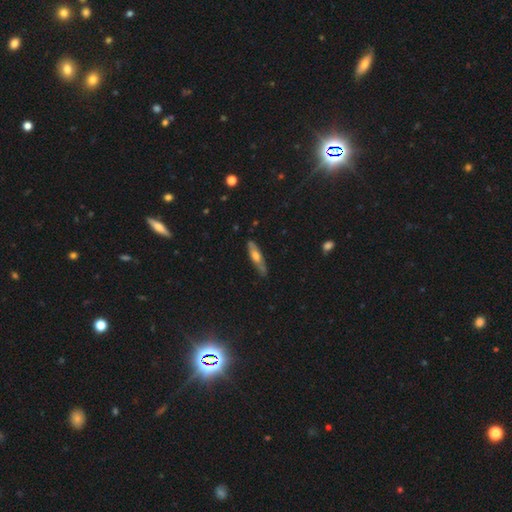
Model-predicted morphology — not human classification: smooth-or-featured: featured or disk: 50% | smooth: 44% | star or artifact: 6%
  merging: none: 81% | minor disturbance: 15% | major disturbance: 3% | merger: 1%